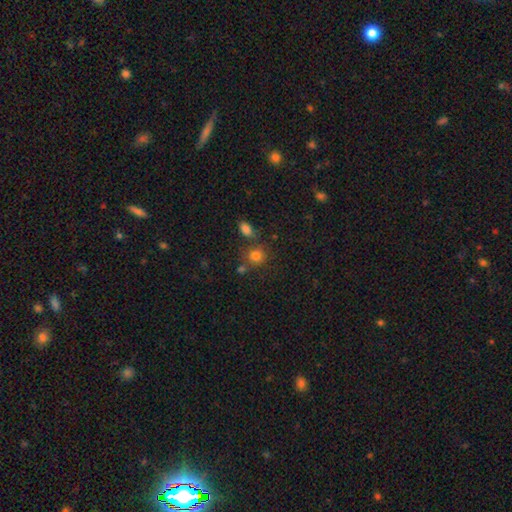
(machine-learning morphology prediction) Overall: smooth (79%). How rounded: round (82%). Merging: none (66%).